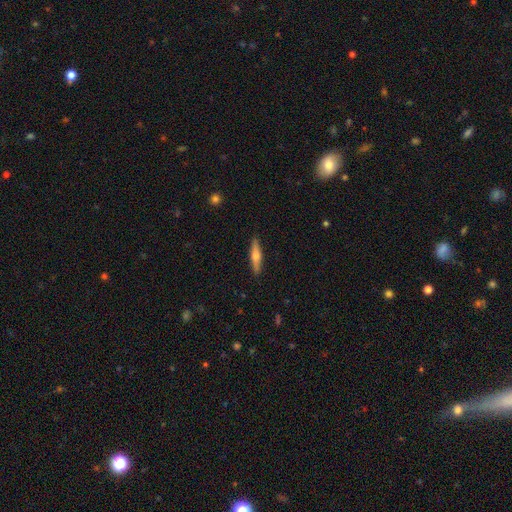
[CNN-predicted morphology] This is possibly a smooth galaxy (50%). Merging: clearly none (90%).